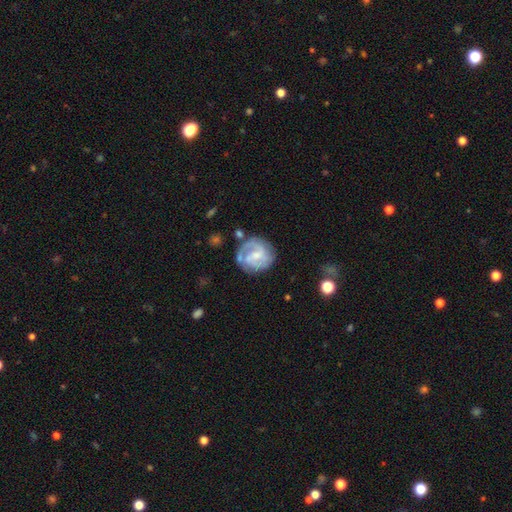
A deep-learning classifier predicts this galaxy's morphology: Q: Smooth or featured?
A: featured or disk (76%); runner-up: smooth (18%)
Q: Edge-on disk?
A: no (98%); runner-up: yes (2%)
Q: Bar?
A: weak (52%); runner-up: no (29%)
Q: Spiral arms?
A: yes (90%); runner-up: no (10%)
Q: Spiral winding?
A: tight (43%); runner-up: medium (41%)
Q: Spiral arm count?
A: 2 (58%); runner-up: can't tell (17%)
Q: Bulge size?
A: small (50%); runner-up: moderate (34%)
Q: Merging?
A: none (66%); runner-up: minor disturbance (19%)